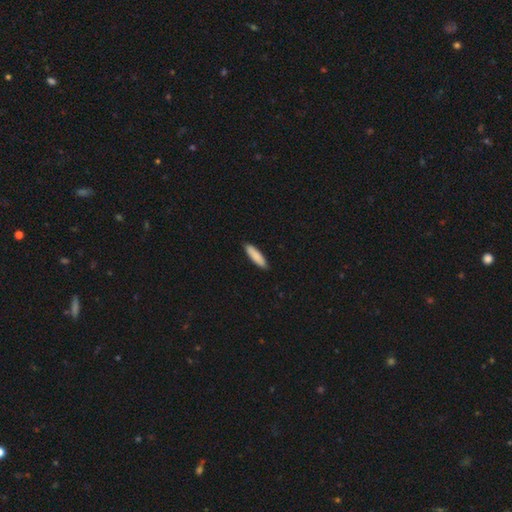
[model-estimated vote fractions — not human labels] smooth-or-featured: smooth: 88% | featured or disk: 7% | star or artifact: 6%
  how-rounded: cigar-shaped: 71% | in between: 28% | round: 1%
  merging: none: 90% | minor disturbance: 8% | major disturbance: 1% | merger: 1%